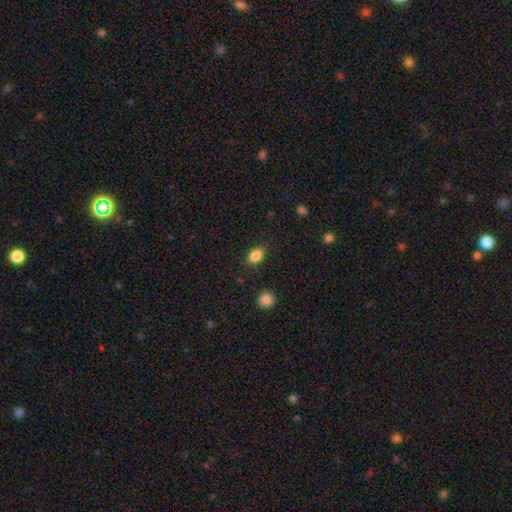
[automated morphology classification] Smooth or featured? smooth (86%)
How rounded? in between (84%)
Merging? none (85%)